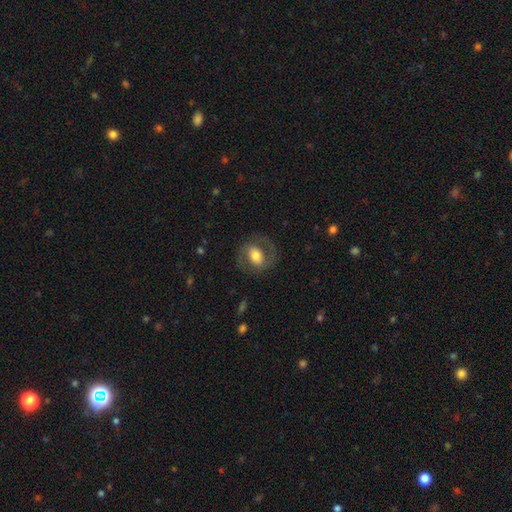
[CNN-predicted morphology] Smooth or featured? Predicted: featured or disk (p=0.51). Edge-on disk? Predicted: no (p=0.95). Merging? Predicted: none (p=0.76).